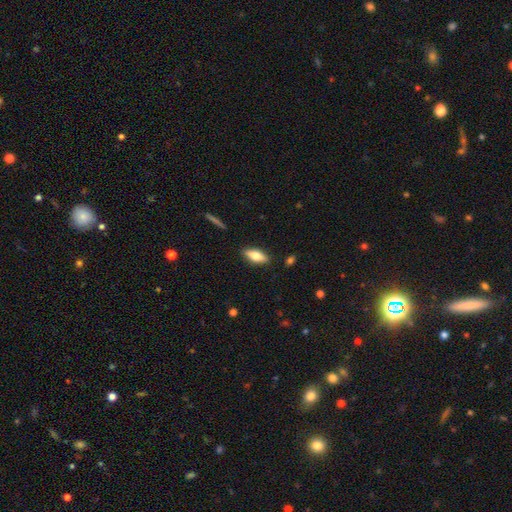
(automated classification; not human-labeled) smooth_or_featured: smooth (p=0.68) [alt: featured or disk p=0.25]
how_rounded: in between (p=0.71) [alt: cigar-shaped p=0.27]
merging: none (p=0.87) [alt: minor disturbance p=0.09]